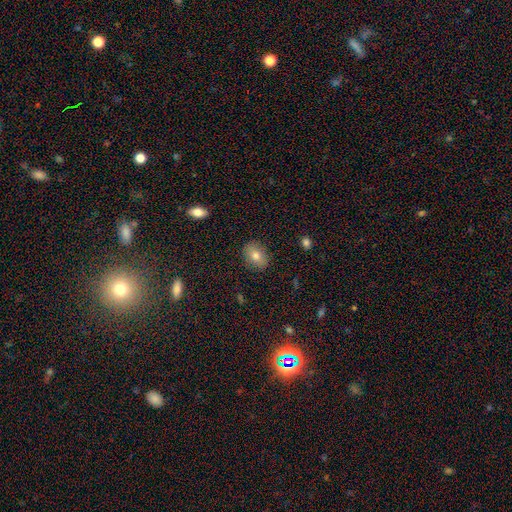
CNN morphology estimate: Overall: smooth (76%). How rounded: in between (66%; round 32%). Merging: none (87%).